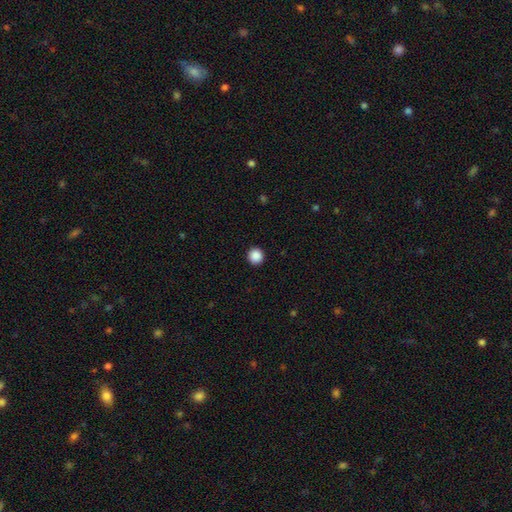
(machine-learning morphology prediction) A smooth galaxy with no disk features (88%) that is round (95%). Merging: none (93%).